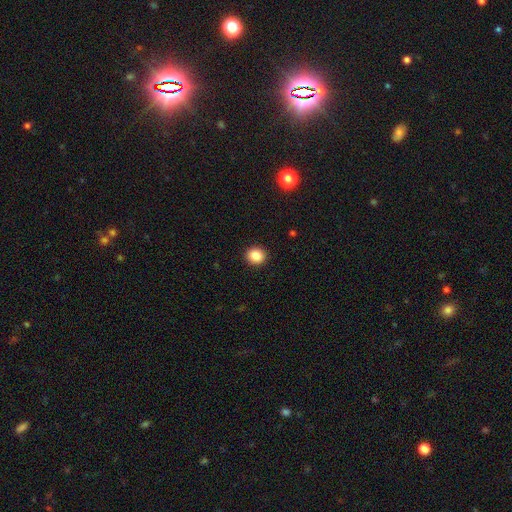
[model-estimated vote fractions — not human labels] A smooth galaxy with no disk features (87%) that is round (84%).

Vote fractions:
- Smooth or featured? smooth: 87% / star or artifact: 10% / featured or disk: 3%
- How rounded? round: 84% / in between: 15% / cigar-shaped: 1%
- Merging? none: 92% / minor disturbance: 5% / major disturbance: 2% / merger: 1%